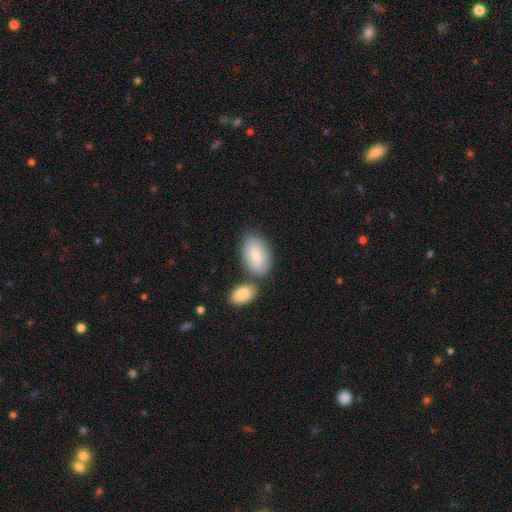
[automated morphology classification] Smooth or featured? Predicted: smooth (p=0.83). How rounded? Predicted: in between (p=0.94). Merging? Predicted: none (p=0.57).